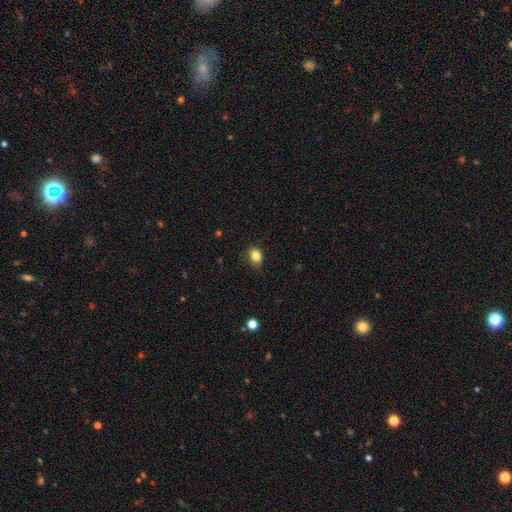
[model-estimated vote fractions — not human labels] Smooth or featured?
  - smooth: 84% *
  - star or artifact: 10%
  - featured or disk: 6%
How rounded?
  - in between: 63% *
  - round: 36%
  - cigar-shaped: 1%
Merging?
  - none: 79% *
  - minor disturbance: 17%
  - major disturbance: 3%
  - merger: 1%